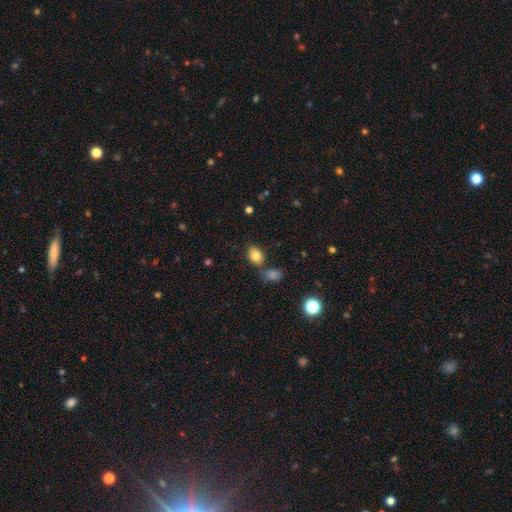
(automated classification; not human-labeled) smooth-or-featured: smooth: 82% | star or artifact: 10% | featured or disk: 8%
  how-rounded: in between: 74% | round: 25% | cigar-shaped: 1%
  merging: none: 72% | merger: 13% | minor disturbance: 12% | major disturbance: 3%